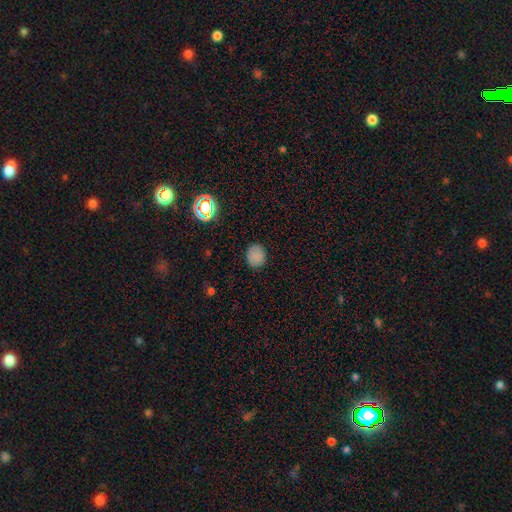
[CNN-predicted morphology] Smooth or featured? Predicted: smooth (p=0.81). How rounded? Predicted: round (p=0.66). Merging? Predicted: none (p=0.87).